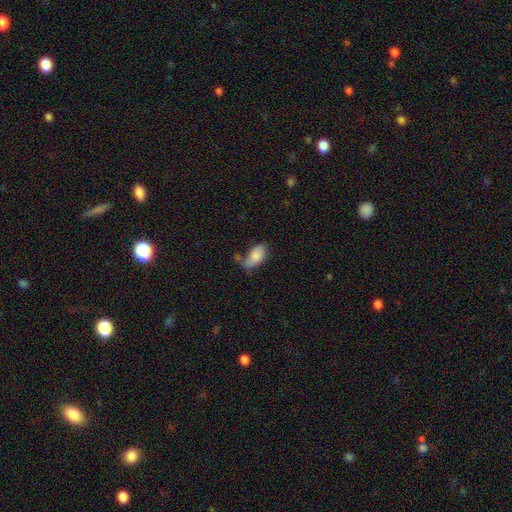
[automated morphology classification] The model was most divided on "merging": none: 45%, minor disturbance: 31%, merger: 13%, major disturbance: 11%. More confident: how rounded — in between (93%); smooth or featured — smooth (81%).